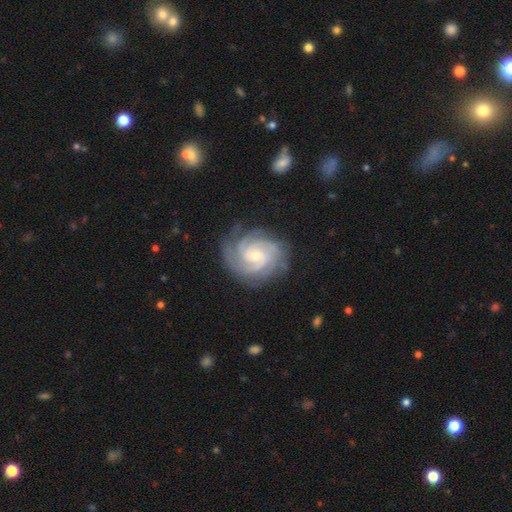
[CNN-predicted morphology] A featured or disk galaxy (90%) with no bar (63%), 3 (32%) tight (71%) spiral arms (98%) and a small central bulge (63%).

Vote fractions:
- Smooth or featured? featured or disk: 90% / smooth: 6% / star or artifact: 5%
- Edge-on disk? no: 98% / yes: 2%
- Bar? no: 63% / weak: 31% / strong: 6%
- Spiral arms? yes: 98% / no: 2%
- Spiral winding? tight: 71% / medium: 25% / loose: 3%
- Spiral arm count? 3: 32% / 4: 20% / can't tell: 18% / 2: 17% / more than 4: 7% / 1: 6%
- Bulge size? small: 63% / moderate: 31% / none: 2% / large: 2% / dominant: 1%
- Merging? none: 78% / minor disturbance: 15% / major disturbance: 6% / merger: 1%